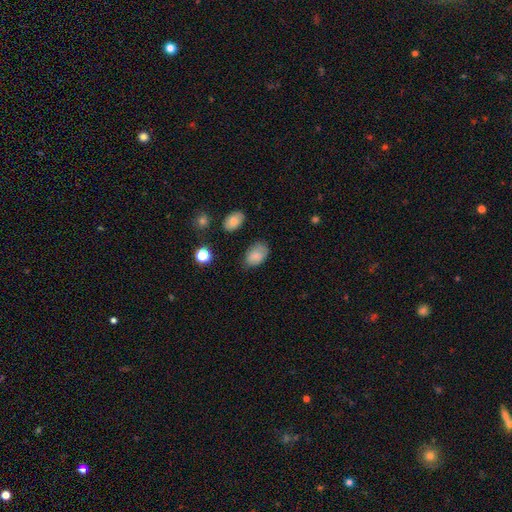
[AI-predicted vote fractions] Smooth or featured?
  - smooth: 82% *
  - featured or disk: 9%
  - star or artifact: 9%
How rounded?
  - in between: 87% *
  - round: 12%
  - cigar-shaped: 1%
Merging?
  - none: 65% *
  - minor disturbance: 26%
  - major disturbance: 7%
  - merger: 2%